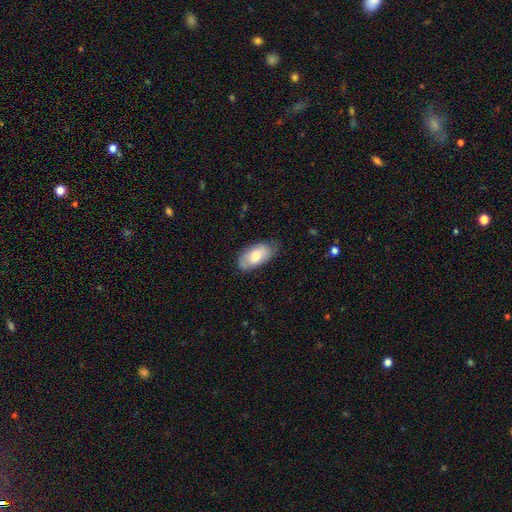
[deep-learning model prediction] Morphology: type=smooth (70%); roundness=in between (94%); merging=none (71%).